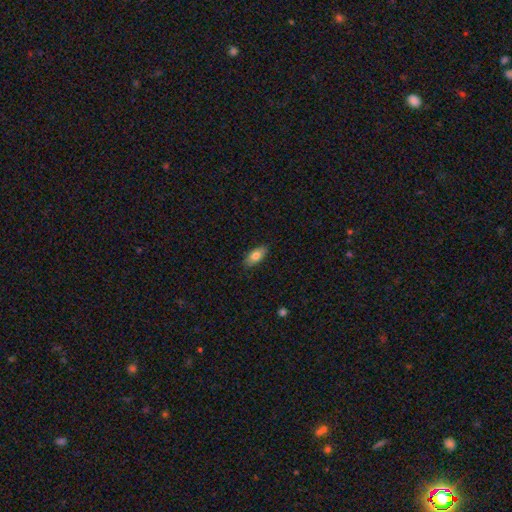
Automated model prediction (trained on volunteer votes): Q: Smooth or featured?
A: smooth (79%); runner-up: featured or disk (15%)
Q: How rounded?
A: in between (88%); runner-up: cigar-shaped (9%)
Q: Merging?
A: none (87%); runner-up: minor disturbance (10%)